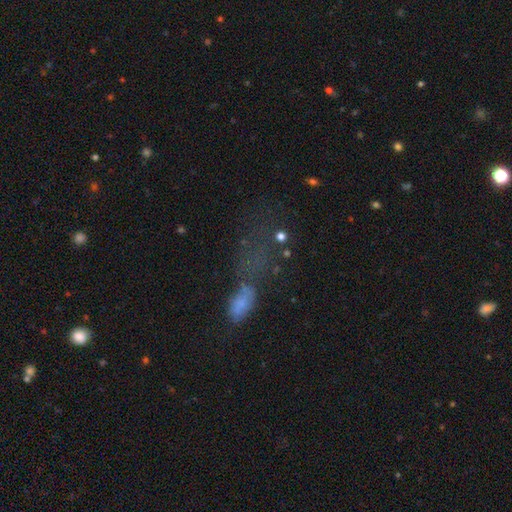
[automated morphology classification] smooth-or-featured: smooth: 41% | star or artifact: 35% | featured or disk: 24%
  merging: major disturbance: 34% | none: 32% | merger: 19% | minor disturbance: 15%